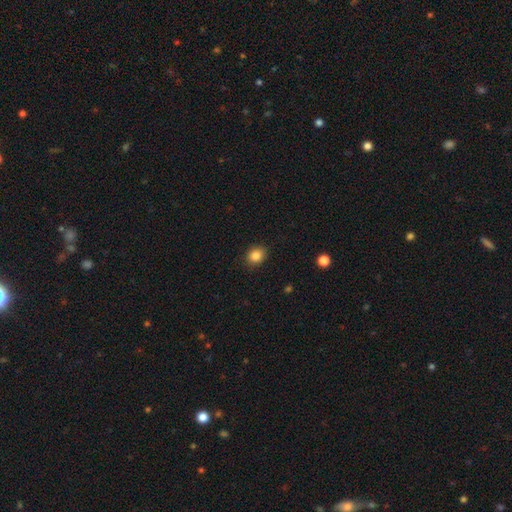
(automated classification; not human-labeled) smooth-or-featured: smooth: 85% | star or artifact: 10% | featured or disk: 4%
  how-rounded: round: 67% | in between: 33% | cigar-shaped: 1%
  merging: none: 87% | minor disturbance: 9% | major disturbance: 2% | merger: 1%